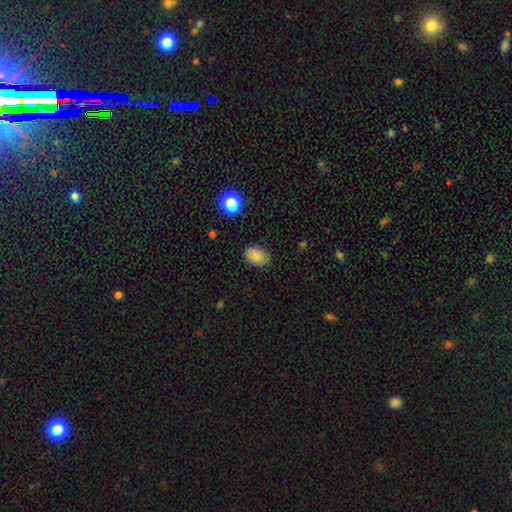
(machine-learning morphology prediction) The model was most divided on "how rounded": in between: 77%, round: 22%, cigar-shaped: 1%. More confident: smooth or featured — smooth (85%); merging — none (84%).